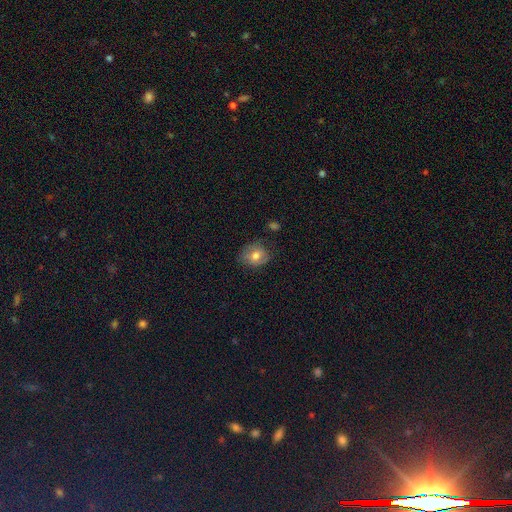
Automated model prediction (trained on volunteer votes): Morphology: type=smooth (70%); roundness=round (60%); merging=none (71%).